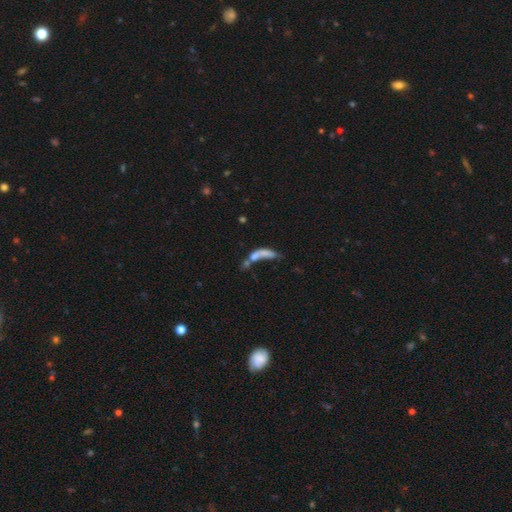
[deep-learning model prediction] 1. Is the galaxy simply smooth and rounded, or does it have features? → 57% smooth, 30% featured or disk, 12% star or artifact.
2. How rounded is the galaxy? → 49% in between, 46% cigar-shaped, 6% round.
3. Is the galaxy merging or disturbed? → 52% merger, 21% major disturbance, 17% none, 10% minor disturbance.